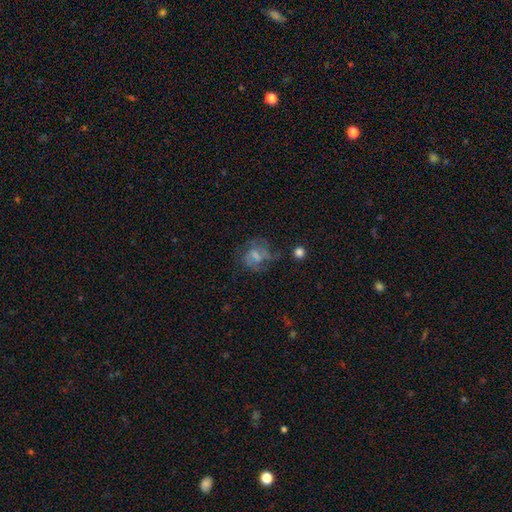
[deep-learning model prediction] Smooth or featured? Predicted: featured or disk (p=0.53). Edge-on disk? Predicted: no (p=0.98). Bar? Predicted: no (p=0.58). Spiral arms? Predicted: yes (p=0.58). Bulge size? Predicted: none (p=0.34). Merging? Predicted: none (p=0.40).